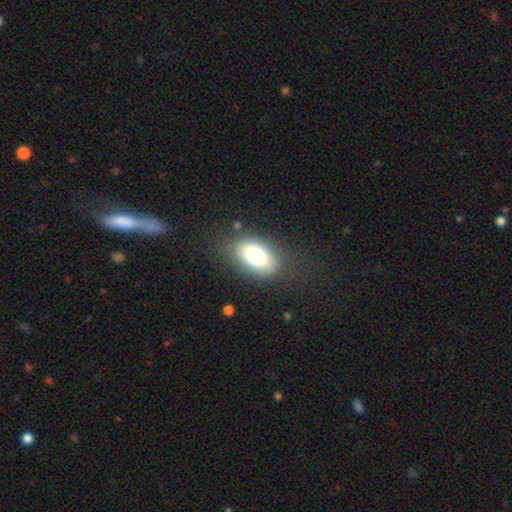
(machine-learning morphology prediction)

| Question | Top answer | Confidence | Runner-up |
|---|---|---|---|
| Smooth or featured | smooth | 79% | featured or disk (13%) |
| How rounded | in between | 91% | round (6%) |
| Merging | none | 79% | minor disturbance (13%) |